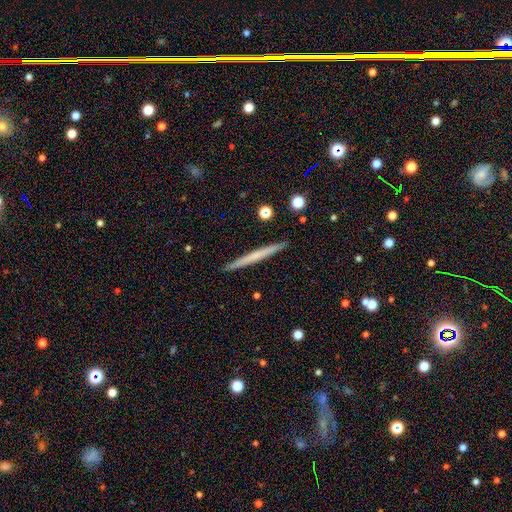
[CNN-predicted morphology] A featured or disk galaxy (47%). Merging: none (93%).